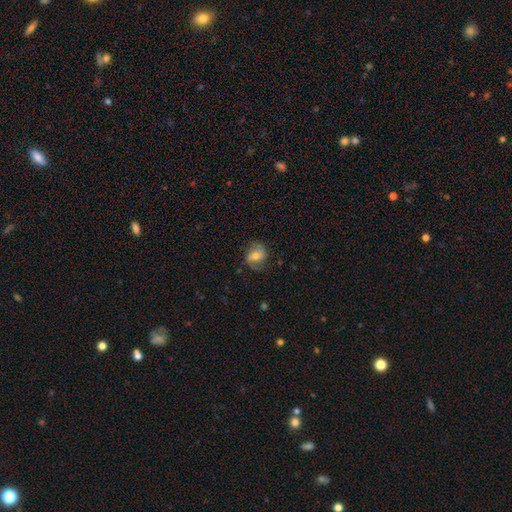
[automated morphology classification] Smooth or featured? featured or disk (61%)
Edge-on disk? no (97%)
Bar? no (42%)
Spiral arms? yes (88%)
Spiral winding? medium (44%)
Spiral arm count? 2 (85%)
Bulge size? moderate (60%)
Merging? none (73%)